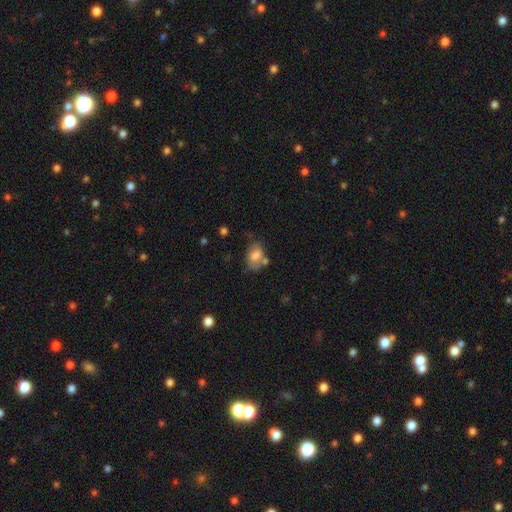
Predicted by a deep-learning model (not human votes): Morphology: type=smooth (71%); roundness=in between (81%); merging=none (48%).